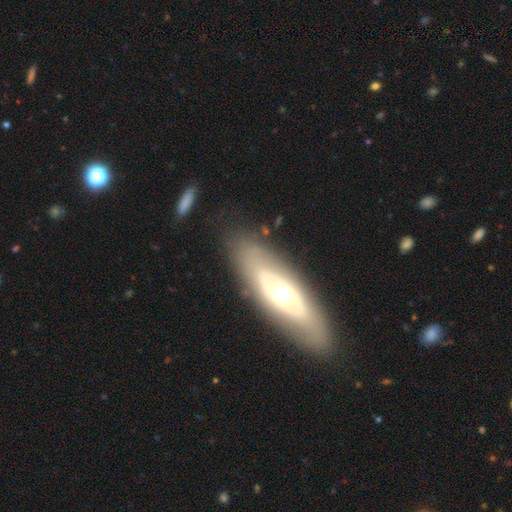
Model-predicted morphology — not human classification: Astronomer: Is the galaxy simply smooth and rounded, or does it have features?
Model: featured or disk — 69%.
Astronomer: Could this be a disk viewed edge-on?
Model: no — 77%.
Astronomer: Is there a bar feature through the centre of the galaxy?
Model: no — 75%.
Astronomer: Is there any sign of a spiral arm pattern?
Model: no — 68%.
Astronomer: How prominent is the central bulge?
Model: moderate — 67%.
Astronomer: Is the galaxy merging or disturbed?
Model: none — 84%.